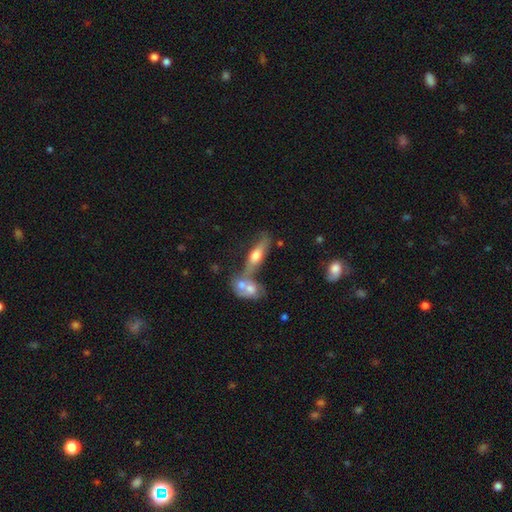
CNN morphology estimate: Smooth or featured? Predicted: featured or disk (p=0.46, tied with smooth). Merging? Predicted: none (p=0.47).